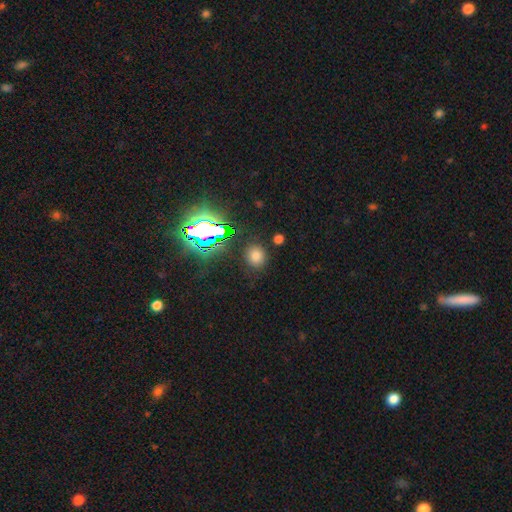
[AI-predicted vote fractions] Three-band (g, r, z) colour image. It shows a smooth galaxy with no disk features (69%) that is round (76%). Merging: none (86%).